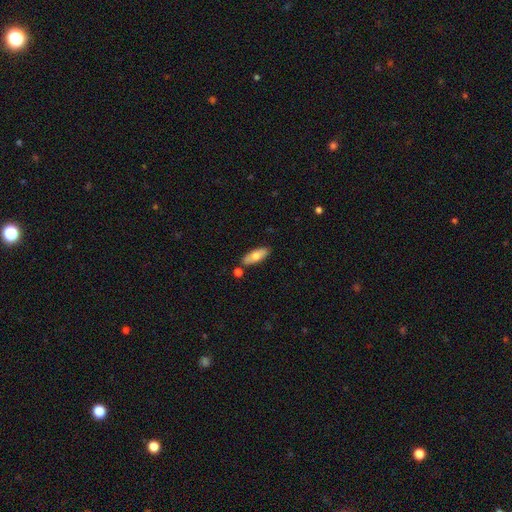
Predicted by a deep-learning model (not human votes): Q: Smooth or featured?
A: smooth (72%); runner-up: featured or disk (22%)
Q: How rounded?
A: in between (71%); runner-up: cigar-shaped (27%)
Q: Merging?
A: none (80%); runner-up: minor disturbance (11%)